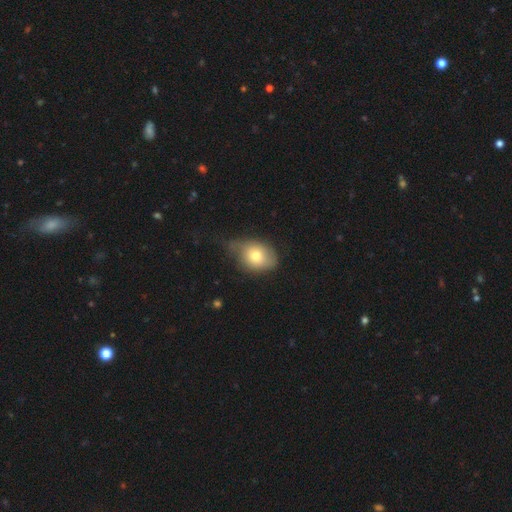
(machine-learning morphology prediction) Smooth or featured? smooth (73%)
How rounded? in between (62%)
Merging? minor disturbance (43%)